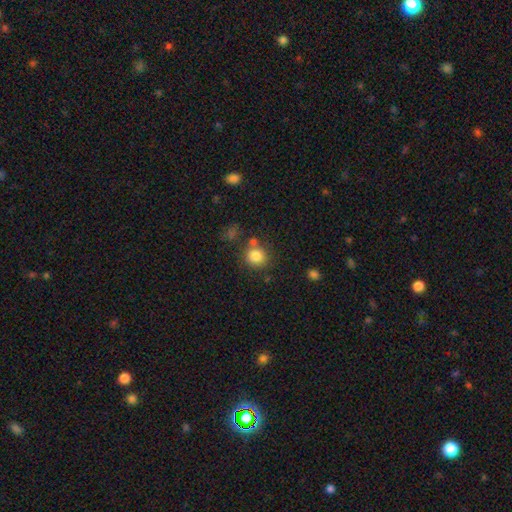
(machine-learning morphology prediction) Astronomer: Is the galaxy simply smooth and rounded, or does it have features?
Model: smooth — 83%.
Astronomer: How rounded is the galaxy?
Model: round — 86%.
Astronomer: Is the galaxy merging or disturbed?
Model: none — 71%.